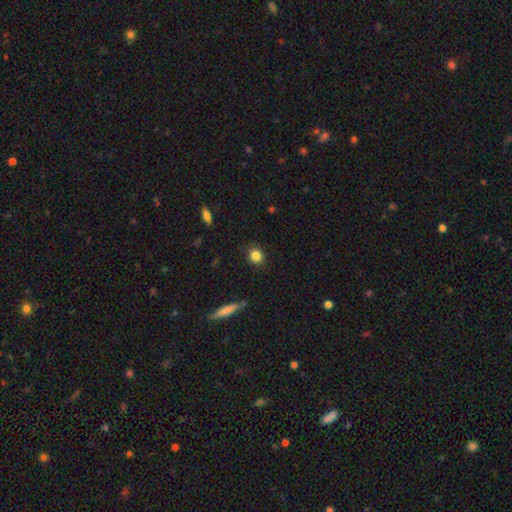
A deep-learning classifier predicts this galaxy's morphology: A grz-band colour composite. It shows a smooth galaxy with no disk features (84%) that is round (72%). Merging: none (89%).